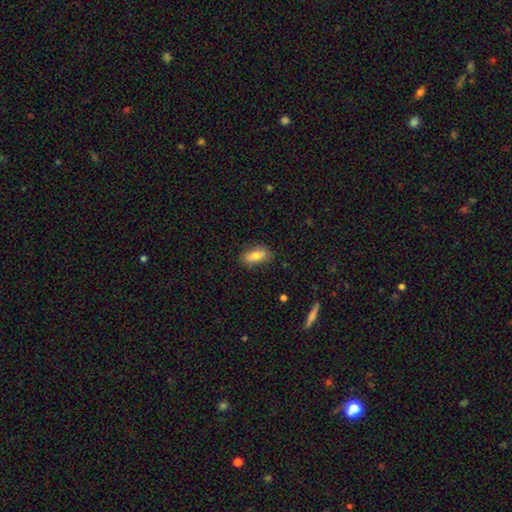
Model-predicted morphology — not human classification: Q: Smooth or featured?
A: smooth (76%); runner-up: featured or disk (17%)
Q: How rounded?
A: in between (80%); runner-up: cigar-shaped (16%)
Q: Merging?
A: none (82%); runner-up: minor disturbance (14%)